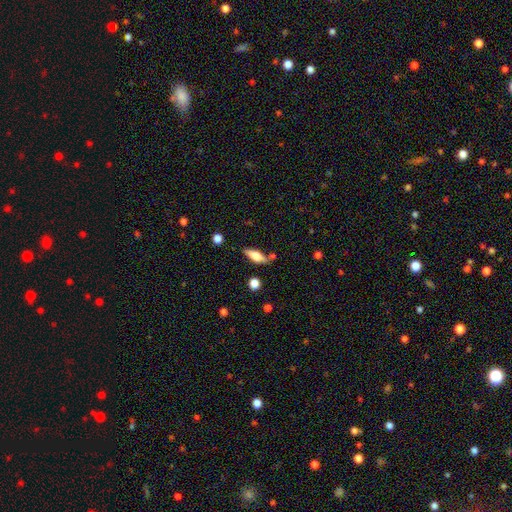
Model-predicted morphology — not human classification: type=smooth (64%); roundness=in between (59%); merging=none (72%).